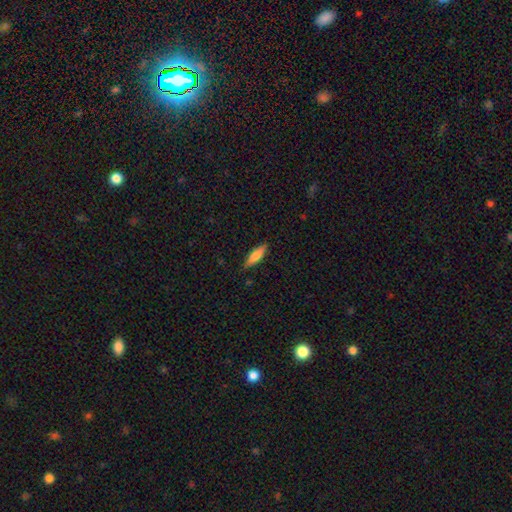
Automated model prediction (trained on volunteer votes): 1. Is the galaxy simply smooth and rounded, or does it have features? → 71% smooth, 23% featured or disk, 6% star or artifact.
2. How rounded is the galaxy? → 66% cigar-shaped, 32% in between, 2% round.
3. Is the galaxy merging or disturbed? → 85% none, 11% minor disturbance, 2% major disturbance, 1% merger.